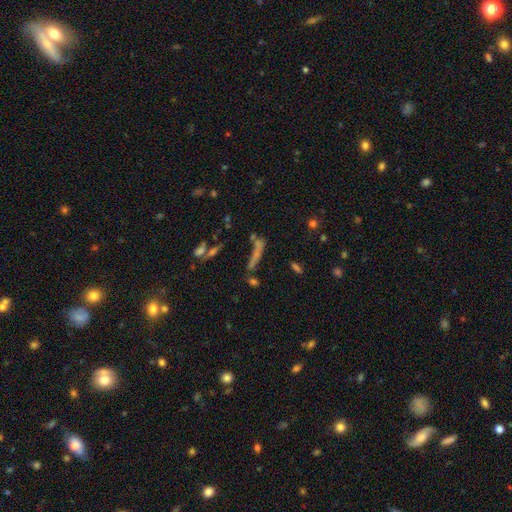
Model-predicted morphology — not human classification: This appears to be a star or artifact, not a galaxy (37%).